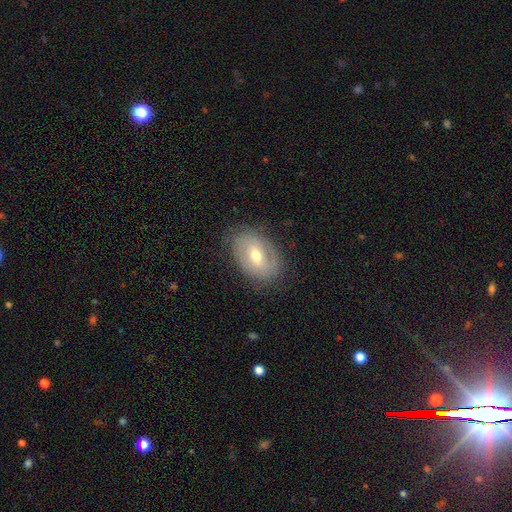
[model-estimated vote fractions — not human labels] Smooth or featured? featured or disk (58%)
Edge-on disk? no (93%)
Bar? weak (46%)
Spiral arms? yes (59%)
Bulge size? moderate (68%)
Merging? none (77%)